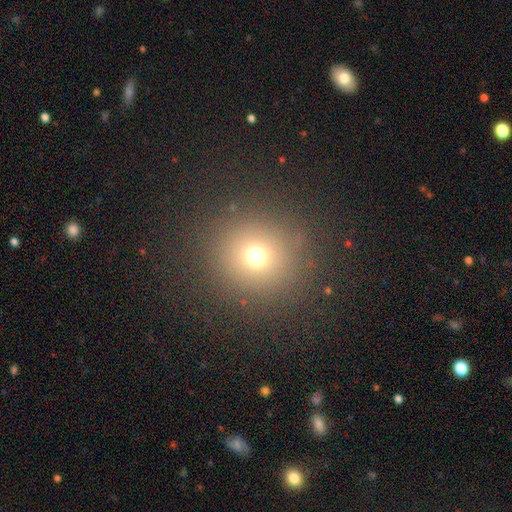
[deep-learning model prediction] Morphology: type=smooth (69%); roundness=round (92%); merging=none (86%).